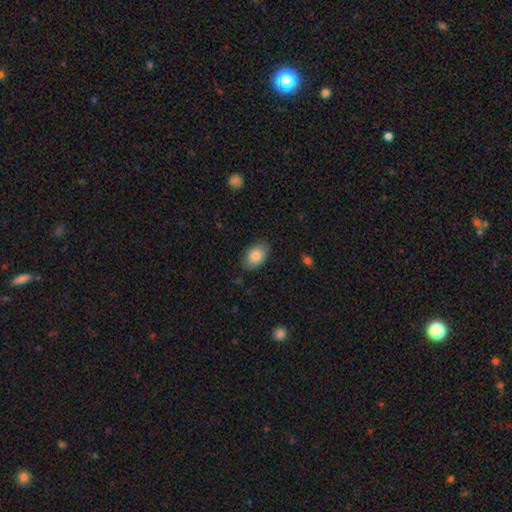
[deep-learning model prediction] Smooth or featured? Predicted: smooth (p=0.85). How rounded? Predicted: in between (p=0.89). Merging? Predicted: none (p=0.83).